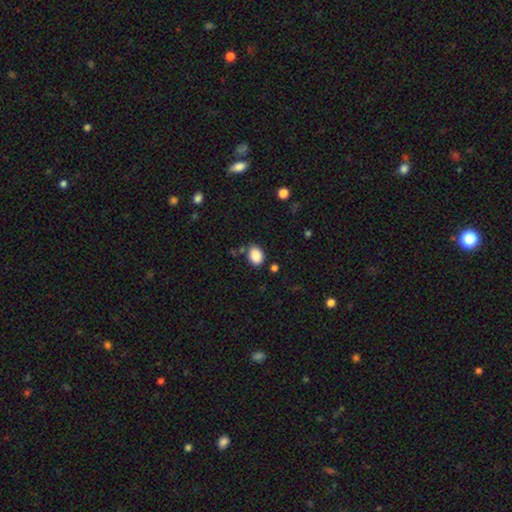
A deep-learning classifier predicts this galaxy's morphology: Smooth or featured?
  - smooth: 88% *
  - star or artifact: 8%
  - featured or disk: 3%
How rounded?
  - in between: 75% *
  - round: 24%
  - cigar-shaped: 1%
Merging?
  - none: 79% *
  - minor disturbance: 14%
  - merger: 4%
  - major disturbance: 4%